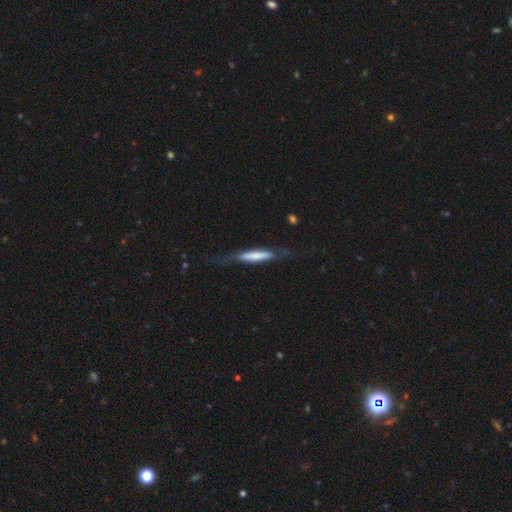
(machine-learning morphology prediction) Overall: smooth (55%; featured or disk 40%). How rounded: cigar-shaped (89%). Merging: none (62%; minor disturbance 22%).